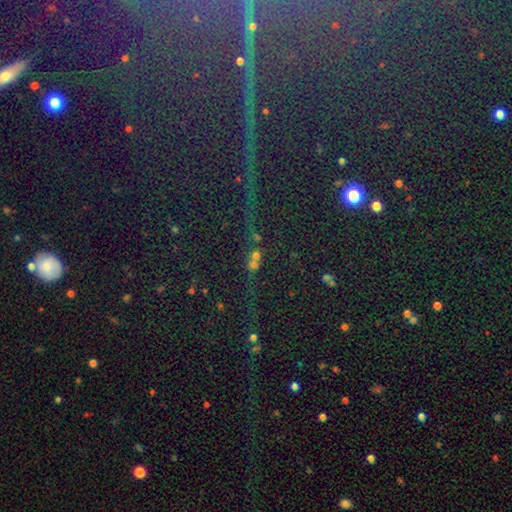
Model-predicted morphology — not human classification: Overall: smooth (46%; star or artifact 38%). Merging: merger (44%; none 40%).